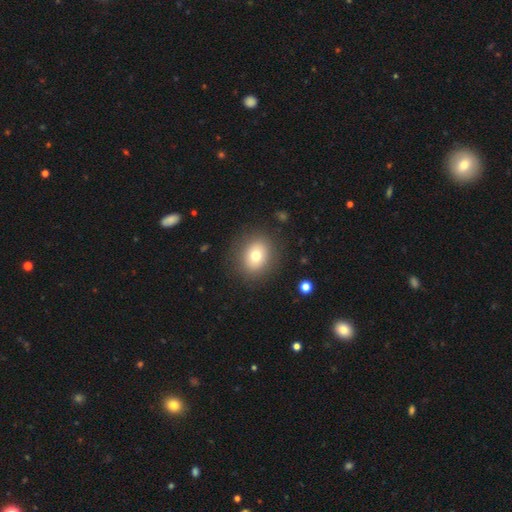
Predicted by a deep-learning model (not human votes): Smooth or featured? smooth (75%)
How rounded? round (64%)
Merging? none (86%)